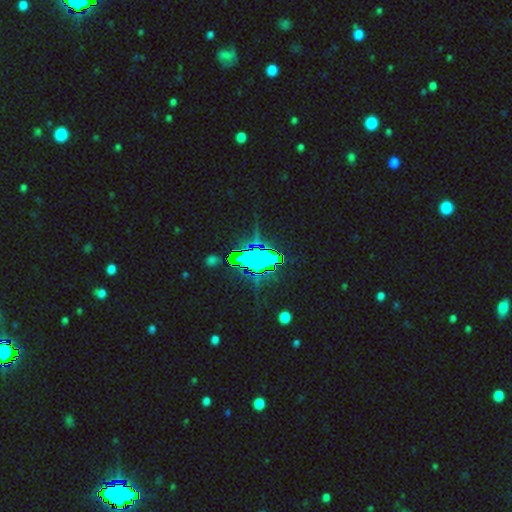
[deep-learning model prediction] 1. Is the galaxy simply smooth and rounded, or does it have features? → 76% star or artifact, 14% smooth, 10% featured or disk.